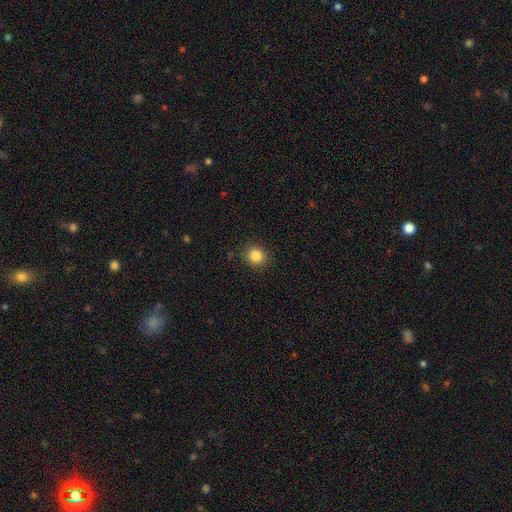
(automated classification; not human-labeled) Q: Smooth or featured?
A: smooth (84%); runner-up: star or artifact (11%)
Q: How rounded?
A: round (87%); runner-up: in between (12%)
Q: Merging?
A: none (89%); runner-up: minor disturbance (7%)